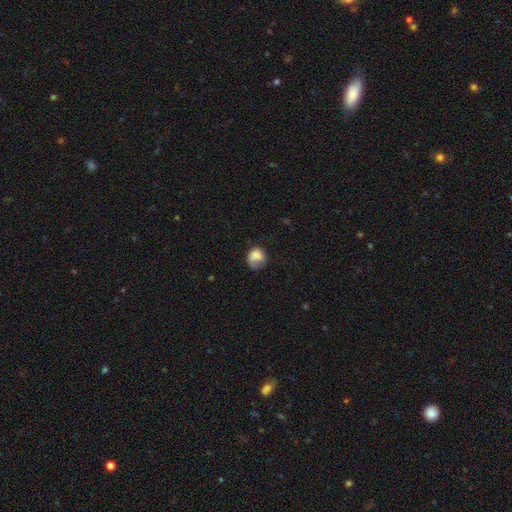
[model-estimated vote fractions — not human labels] Q: Smooth or featured?
A: smooth (76%); runner-up: featured or disk (15%)
Q: How rounded?
A: round (60%); runner-up: in between (39%)
Q: Merging?
A: none (39%); runner-up: minor disturbance (31%)